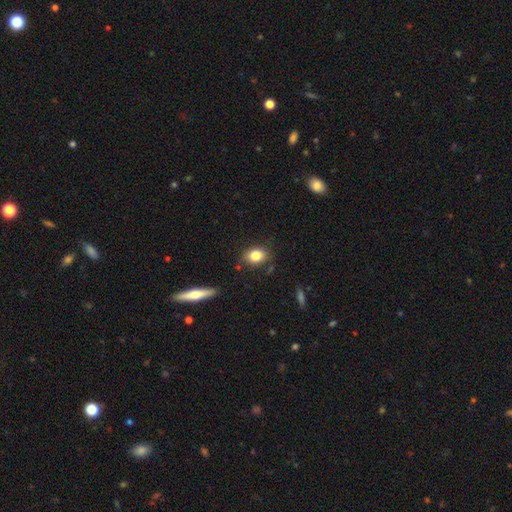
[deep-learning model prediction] Morphology: type=smooth (82%); roundness=in between (64%); merging=none (79%).